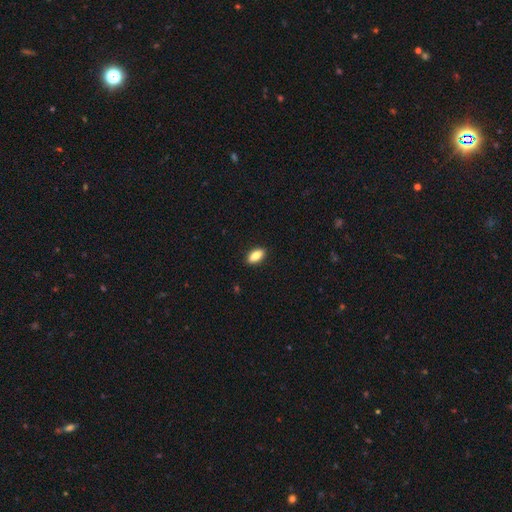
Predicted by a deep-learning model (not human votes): This is clearly a smooth galaxy (84%). How rounded: clearly in between (87%). Merging: clearly none (90%).